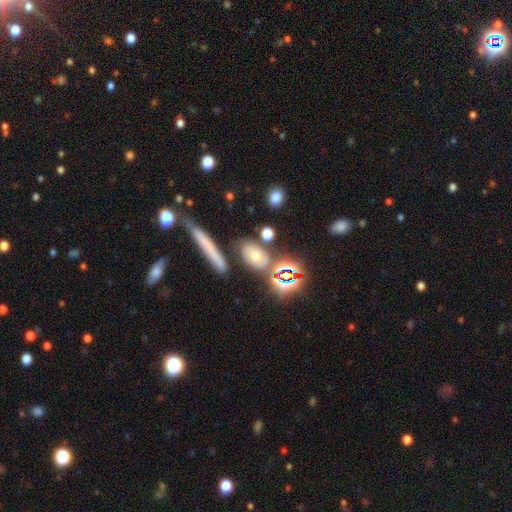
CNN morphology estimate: smooth_or_featured: smooth (p=0.53) [alt: featured or disk p=0.24]
how_rounded: in between (p=0.70) [alt: round p=0.21]
merging: none (p=0.70) [alt: minor disturbance p=0.12]